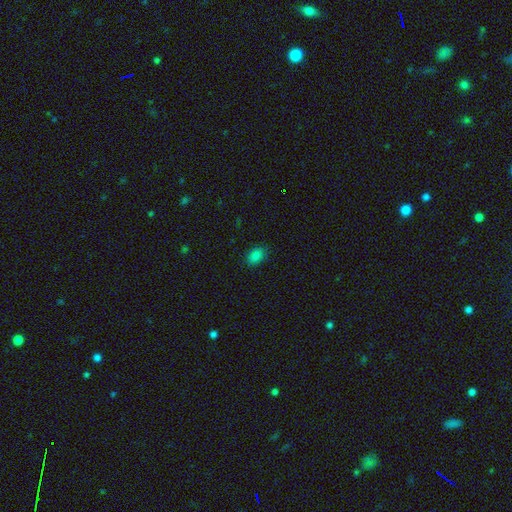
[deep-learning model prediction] smooth-or-featured: smooth: 84% | star or artifact: 12% | featured or disk: 4%
  how-rounded: in between: 84% | round: 15% | cigar-shaped: 1%
  merging: none: 86% | minor disturbance: 10% | major disturbance: 2% | merger: 1%